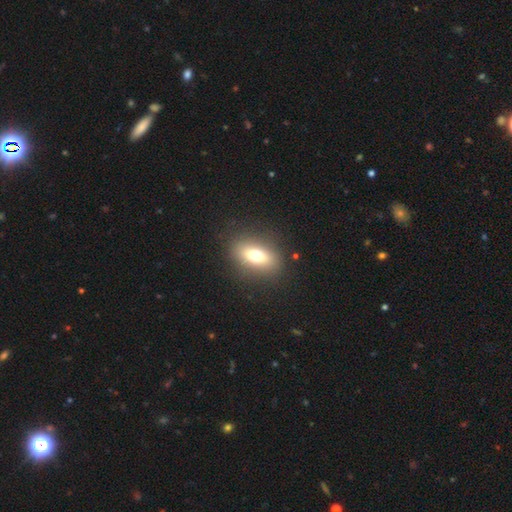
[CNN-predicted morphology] A smooth galaxy with no disk features (67%) that is in between round and cigar-shaped (76%).

Vote fractions:
- Smooth or featured? smooth: 67% / featured or disk: 22% / star or artifact: 11%
- How rounded? in between: 76% / round: 14% / cigar-shaped: 10%
- Merging? none: 86% / minor disturbance: 9% / major disturbance: 4% / merger: 1%